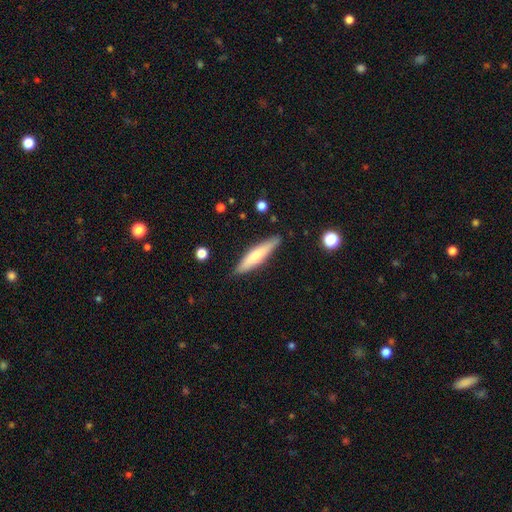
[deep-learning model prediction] Overall: smooth (62%; featured or disk 32%). How rounded: cigar-shaped (82%). Merging: none (85%).